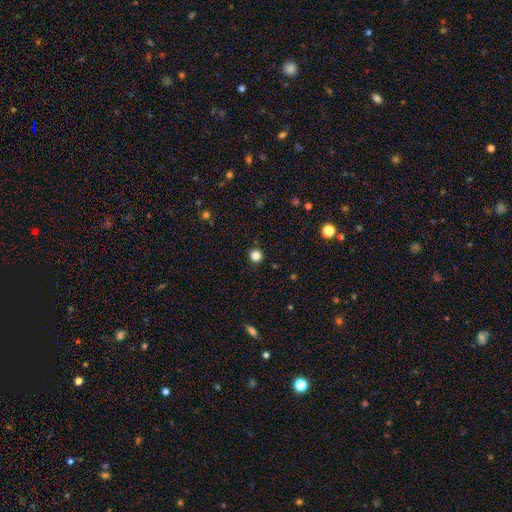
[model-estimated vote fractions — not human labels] Smooth or featured?
  - smooth: 84% *
  - star or artifact: 13%
  - featured or disk: 3%
How rounded?
  - round: 95% *
  - in between: 4%
  - cigar-shaped: 1%
Merging?
  - none: 92% *
  - minor disturbance: 5%
  - major disturbance: 2%
  - merger: 1%